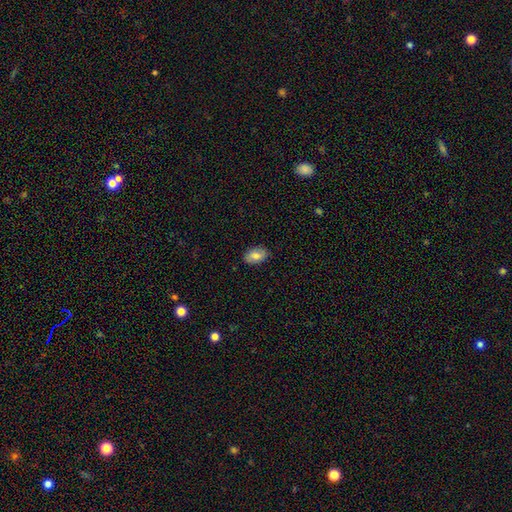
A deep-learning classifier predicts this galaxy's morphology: smooth_or_featured: smooth (p=0.78) [alt: featured or disk p=0.15]
how_rounded: in between (p=0.91) [alt: round p=0.07]
merging: none (p=0.86) [alt: minor disturbance p=0.11]